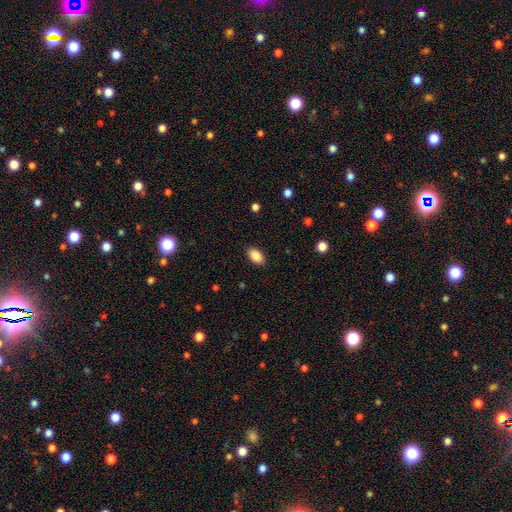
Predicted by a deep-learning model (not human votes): Overall: smooth (88%). How rounded: in between (92%). Merging: none (88%).